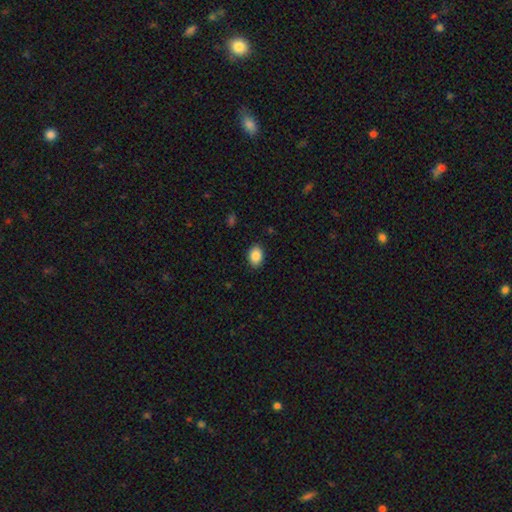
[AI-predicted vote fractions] smooth 88%, star or artifact 8%, featured or disk 4%. Down the decision tree: how rounded — in between (76%); merging — none (89%).